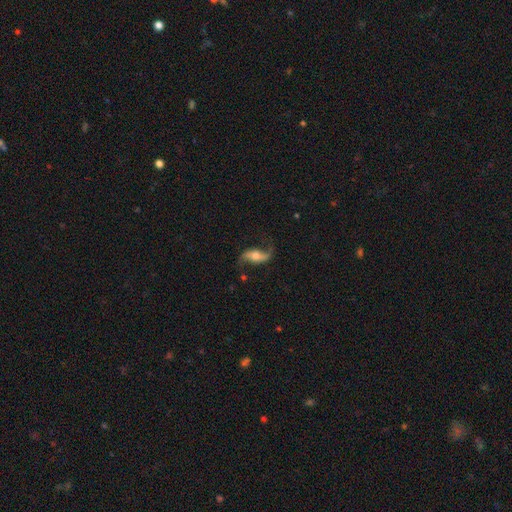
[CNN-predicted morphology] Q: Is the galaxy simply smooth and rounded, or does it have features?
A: featured or disk — 81%.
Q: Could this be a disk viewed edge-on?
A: no — 91%.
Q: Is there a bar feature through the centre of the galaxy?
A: no — 44%.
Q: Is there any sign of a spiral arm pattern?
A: yes — 94%.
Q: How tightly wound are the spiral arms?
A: loose — 86%.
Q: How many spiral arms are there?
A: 2 — 92%.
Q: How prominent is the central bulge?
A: moderate — 58%.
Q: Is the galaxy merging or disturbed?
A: none — 73%.